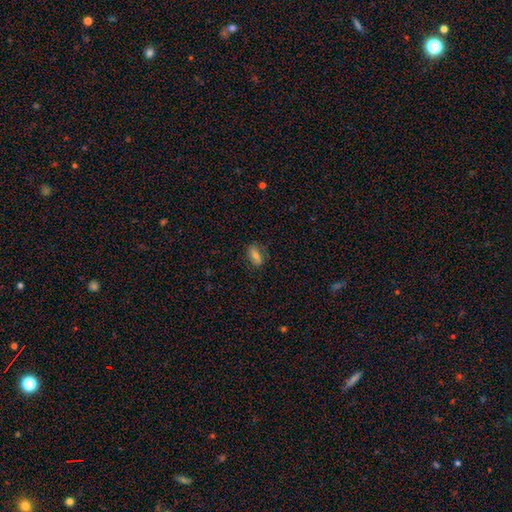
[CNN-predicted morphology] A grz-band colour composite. It shows a smooth galaxy with no disk features (60%) that is in between round and cigar-shaped (76%). Merging: none (77%).